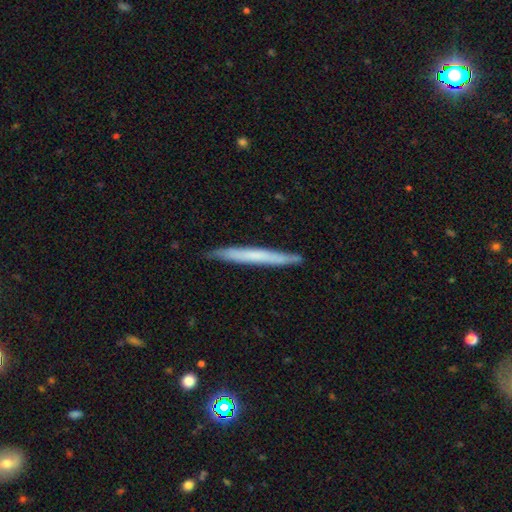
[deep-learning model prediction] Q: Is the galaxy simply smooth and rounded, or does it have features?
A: smooth — 55%.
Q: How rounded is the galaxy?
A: cigar-shaped — 97%.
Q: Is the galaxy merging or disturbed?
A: none — 87%.